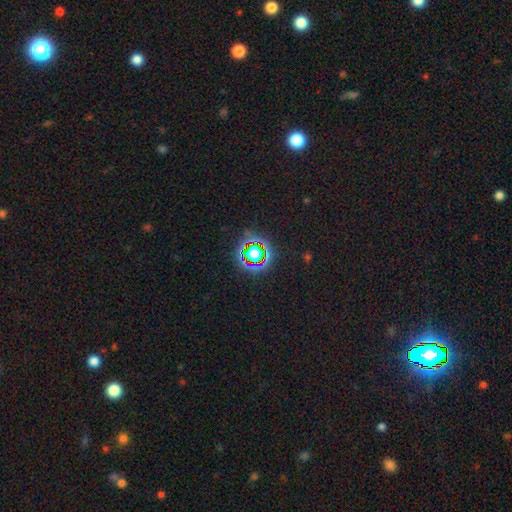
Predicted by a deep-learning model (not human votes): This appears to be a star or artifact, not a galaxy (61%).